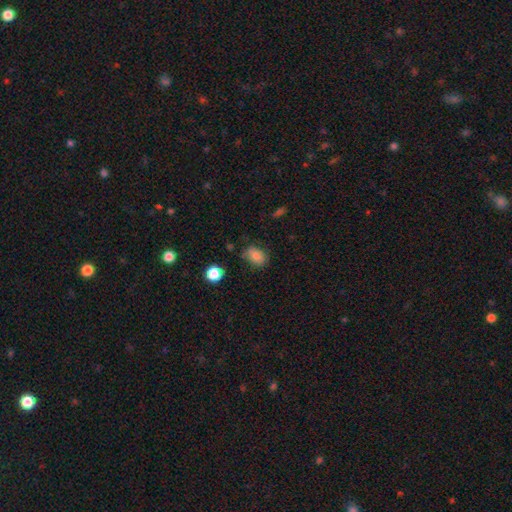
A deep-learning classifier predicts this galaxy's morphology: Smooth or featured?
  - smooth: 81% *
  - star or artifact: 11%
  - featured or disk: 8%
How rounded?
  - in between: 68% *
  - round: 31%
  - cigar-shaped: 1%
Merging?
  - none: 69% *
  - minor disturbance: 23%
  - major disturbance: 6%
  - merger: 3%